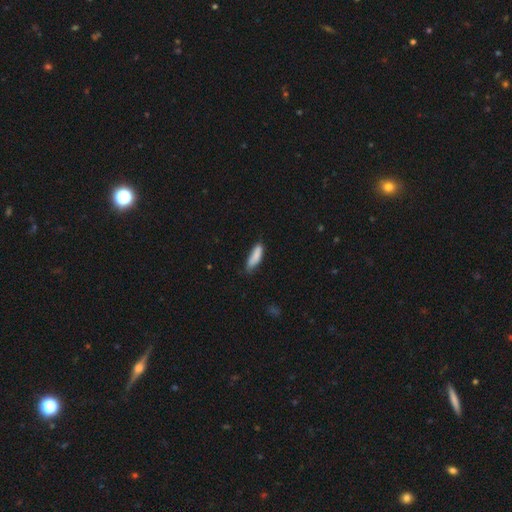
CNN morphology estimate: smooth 84%, featured or disk 9%, star or artifact 7%. Down the decision tree: how rounded — cigar-shaped (58%); merging — none (63%).